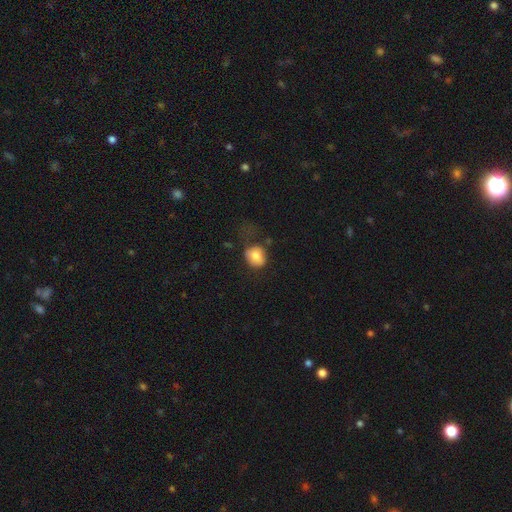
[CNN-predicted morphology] smooth_or_featured: smooth (p=0.76) [alt: featured or disk p=0.15]
how_rounded: round (p=0.59) [alt: in between p=0.40]
merging: none (p=0.48) [alt: minor disturbance p=0.26]